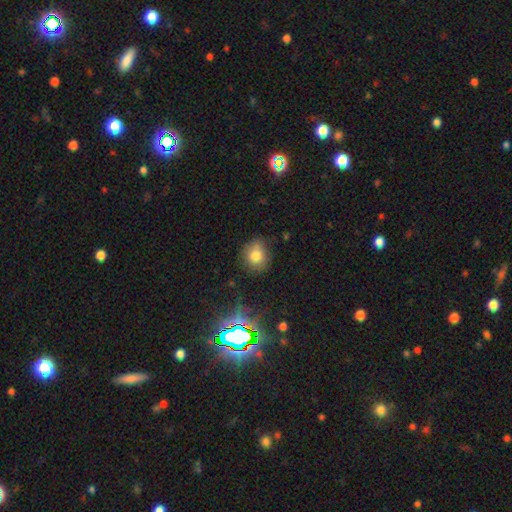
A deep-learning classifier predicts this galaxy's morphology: Smooth or featured? Predicted: smooth (p=0.76). How rounded? Predicted: round (p=0.72). Merging? Predicted: none (p=0.75).